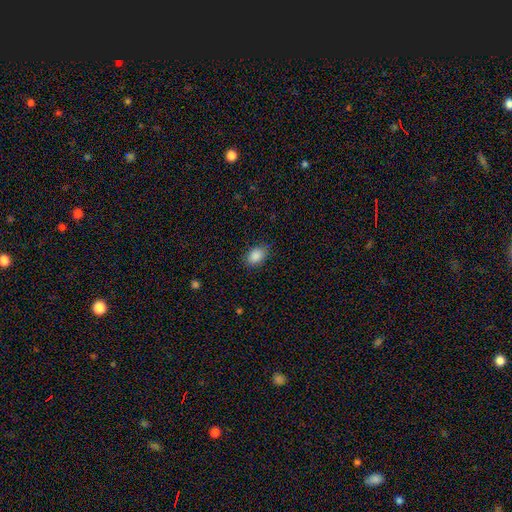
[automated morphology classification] smooth_or_featured: smooth (p=0.89) [alt: star or artifact p=0.08]
how_rounded: in between (p=0.77) [alt: round p=0.22]
merging: none (p=0.86) [alt: minor disturbance p=0.10]